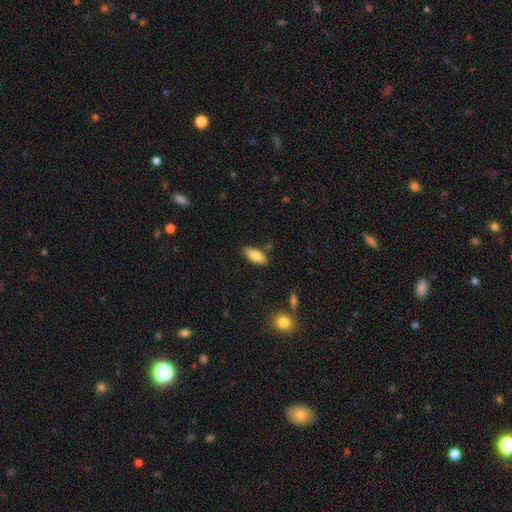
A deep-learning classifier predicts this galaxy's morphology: The model was most divided on "how rounded": in between: 78%, cigar-shaped: 20%, round: 2%. More confident: smooth or featured — smooth (82%); merging — none (82%).